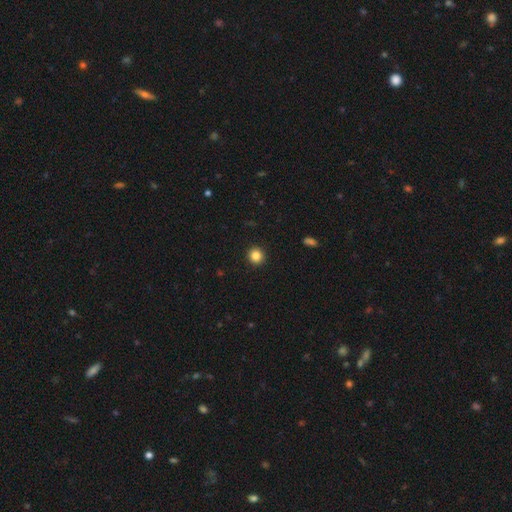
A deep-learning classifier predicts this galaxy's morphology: Smooth or featured? smooth (85%)
How rounded? round (94%)
Merging? none (93%)